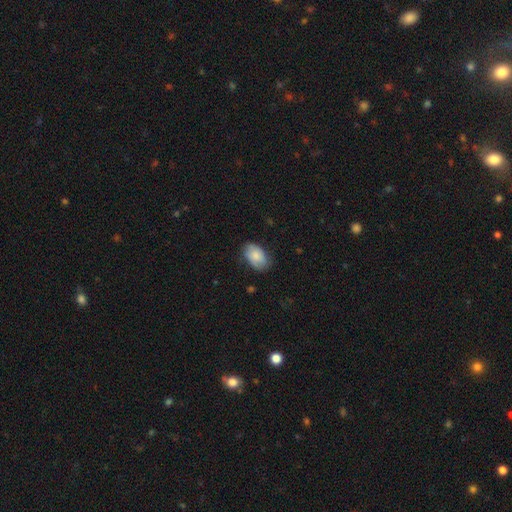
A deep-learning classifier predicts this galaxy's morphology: Smooth or featured? smooth (79%)
How rounded? in between (90%)
Merging? none (74%)